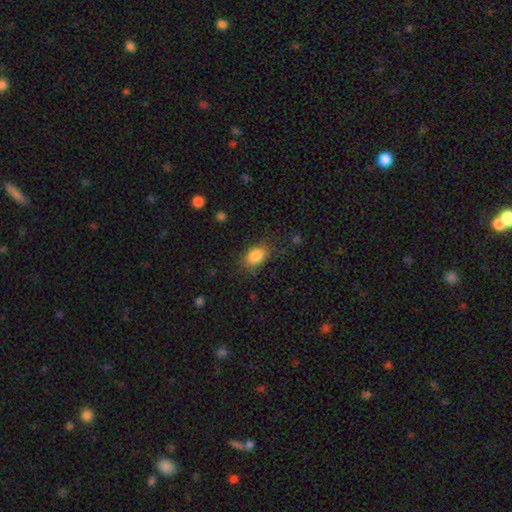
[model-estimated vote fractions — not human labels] smooth-or-featured: smooth: 85% | star or artifact: 9% | featured or disk: 6%
  how-rounded: in between: 82% | round: 16% | cigar-shaped: 2%
  merging: none: 78% | minor disturbance: 16% | major disturbance: 5% | merger: 1%